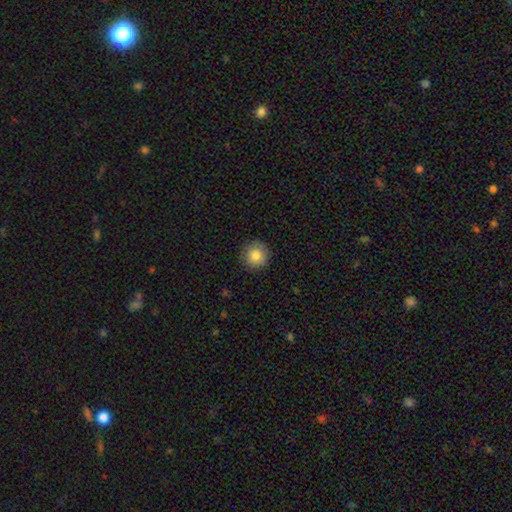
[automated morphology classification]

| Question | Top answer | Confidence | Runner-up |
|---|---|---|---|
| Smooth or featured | smooth | 84% | star or artifact (9%) |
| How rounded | round | 96% | in between (3%) |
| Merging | none | 89% | minor disturbance (8%) |